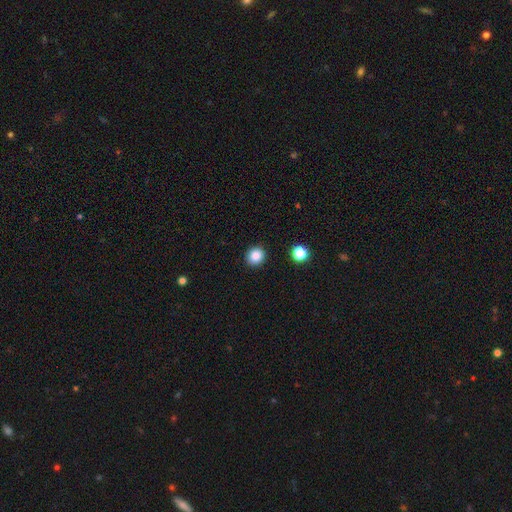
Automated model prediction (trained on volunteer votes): Q: Smooth or featured?
A: smooth (85%); runner-up: star or artifact (11%)
Q: How rounded?
A: round (87%); runner-up: in between (12%)
Q: Merging?
A: none (92%); runner-up: minor disturbance (5%)